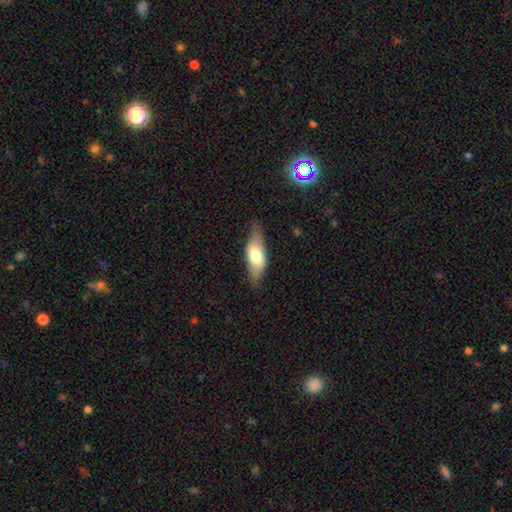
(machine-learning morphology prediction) smooth_or_featured: smooth (p=0.63) [alt: featured or disk p=0.31]
how_rounded: in between (p=0.69) [alt: cigar-shaped p=0.28]
merging: none (p=0.73) [alt: minor disturbance p=0.21]